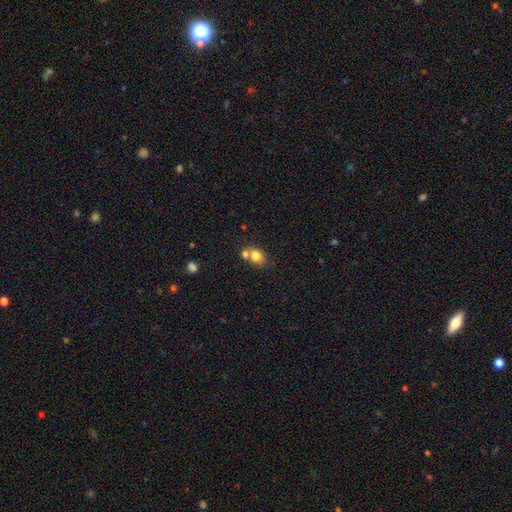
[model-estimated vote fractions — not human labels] This appears to be a smooth galaxy with no disk features (78%) that is in between round and cigar-shaped (50%). Merging: none (46%).